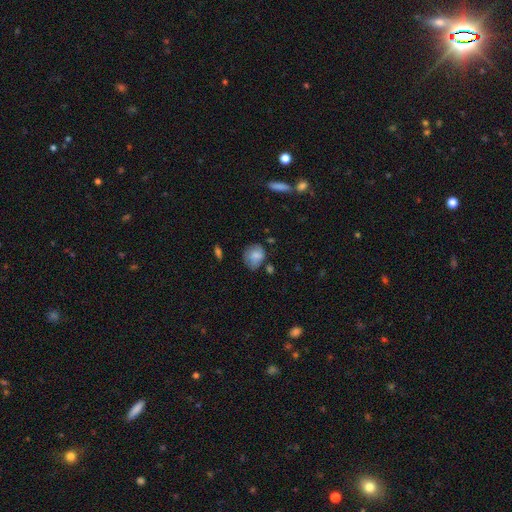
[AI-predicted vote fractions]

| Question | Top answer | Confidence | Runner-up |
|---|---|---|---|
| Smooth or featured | smooth | 76% | featured or disk (17%) |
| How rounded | round | 58% | in between (41%) |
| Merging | none | 55% | minor disturbance (31%) |